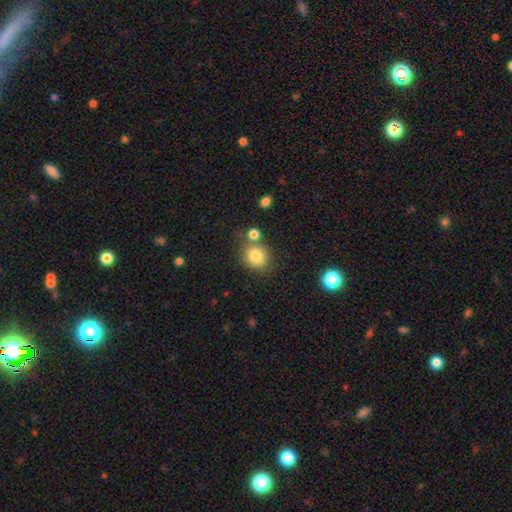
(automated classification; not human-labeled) Morphology: type=smooth (82%); roundness=round (75%); merging=none (67%).